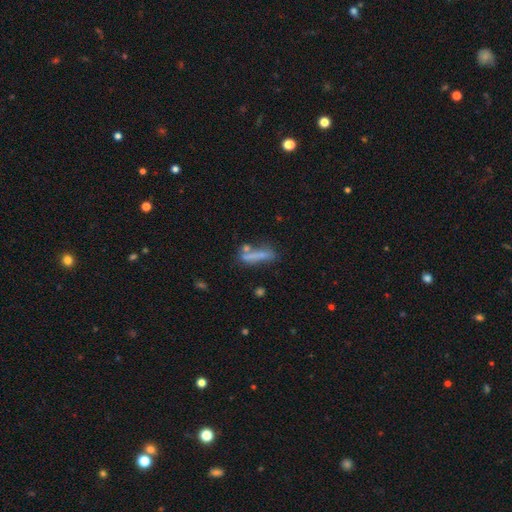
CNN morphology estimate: Smooth or featured: smooth — 61% (featured or disk — 28%)
How rounded: cigar-shaped — 78% (in between — 19%)
Merging: none — 52% (merger — 21%)